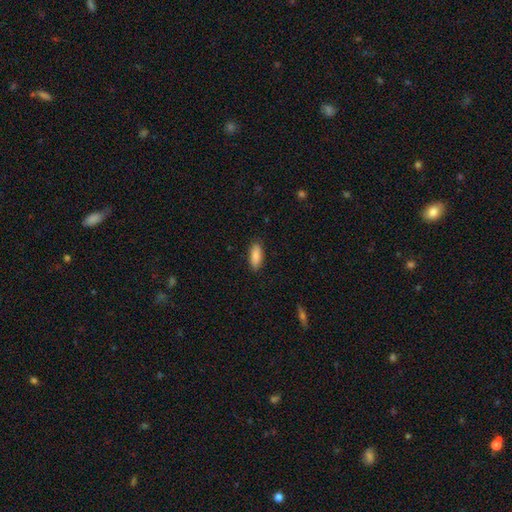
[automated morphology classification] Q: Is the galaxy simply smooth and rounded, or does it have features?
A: smooth — 88%.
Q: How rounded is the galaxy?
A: in between — 76%.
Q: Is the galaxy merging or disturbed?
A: none — 88%.